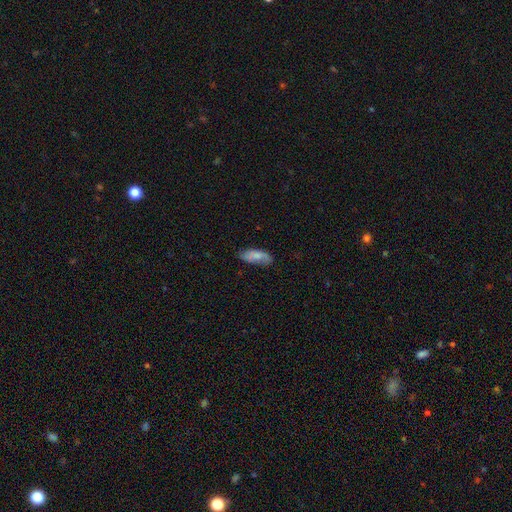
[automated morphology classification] Smooth or featured?
  - smooth: 70% *
  - featured or disk: 23%
  - star or artifact: 7%
How rounded?
  - in between: 80% *
  - cigar-shaped: 18%
  - round: 2%
Merging?
  - none: 68% *
  - minor disturbance: 24%
  - major disturbance: 6%
  - merger: 2%